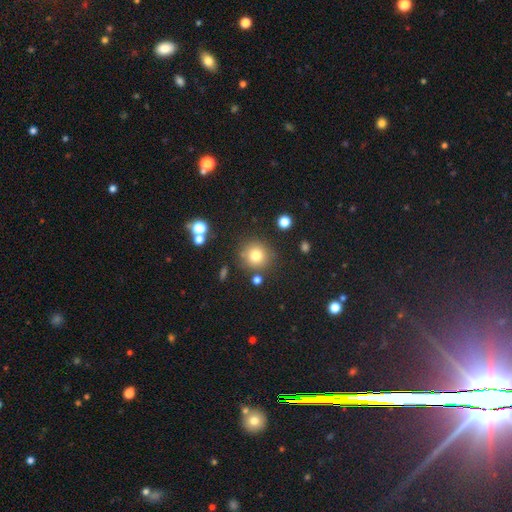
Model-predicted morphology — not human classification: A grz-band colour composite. It shows a smooth galaxy with no disk features (77%) that is round (93%). Merging: none (82%).